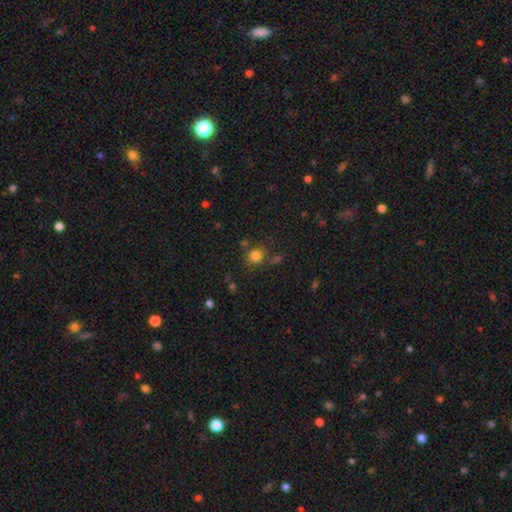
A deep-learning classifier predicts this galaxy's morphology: The model was most divided on "smooth or featured": smooth: 80%, star or artifact: 14%, featured or disk: 6%. More confident: how rounded — round (85%); merging — none (77%).